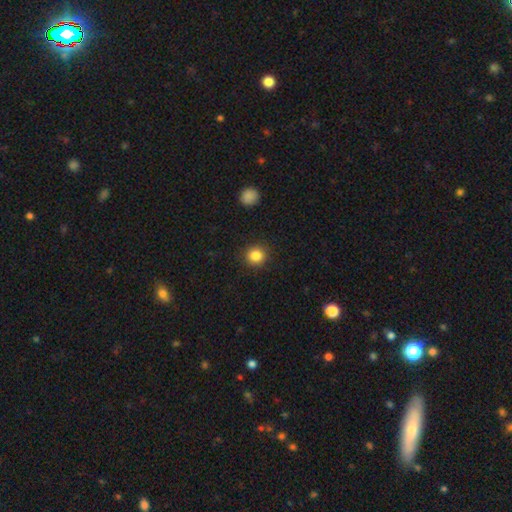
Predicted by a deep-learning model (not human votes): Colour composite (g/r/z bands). It shows a smooth galaxy with no disk features (85%) that is round (90%). Merging: none (91%).